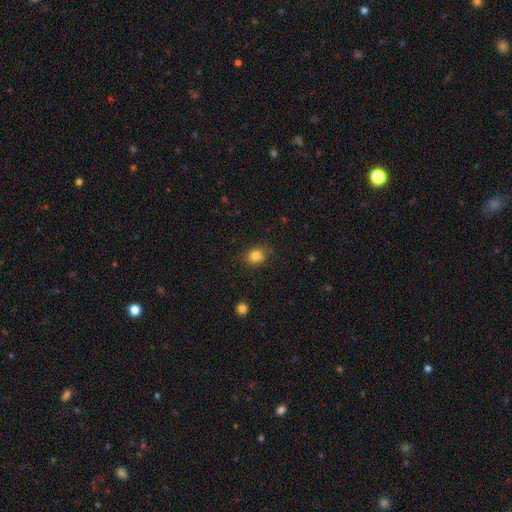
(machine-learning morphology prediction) type=smooth (83%); roundness=round (64%); merging=none (83%).